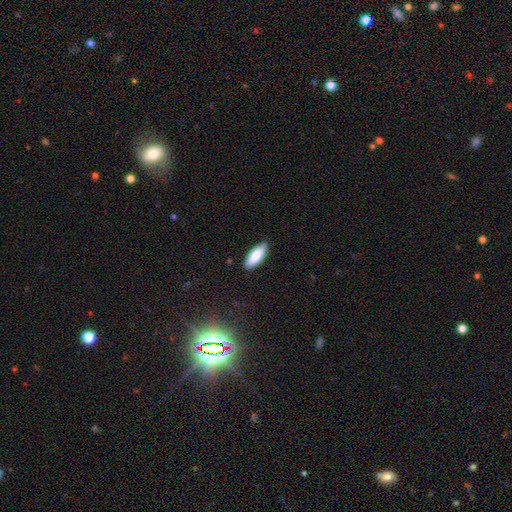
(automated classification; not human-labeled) Q: Smooth or featured?
A: smooth (87%); runner-up: featured or disk (7%)
Q: How rounded?
A: in between (69%); runner-up: cigar-shaped (29%)
Q: Merging?
A: none (87%); runner-up: minor disturbance (10%)